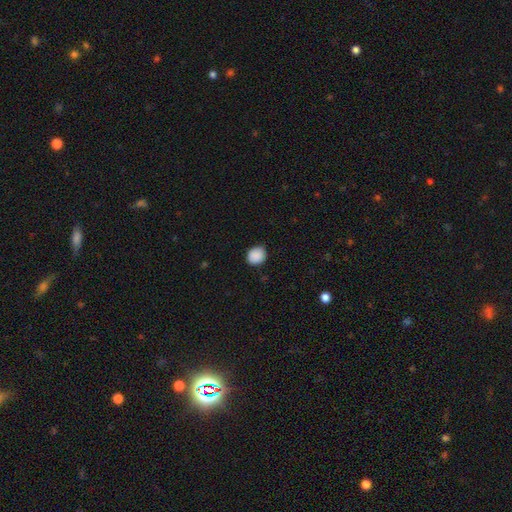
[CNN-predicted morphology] smooth 90%, star or artifact 8%, featured or disk 2%. Down the decision tree: how rounded — round (70%); merging — none (88%).